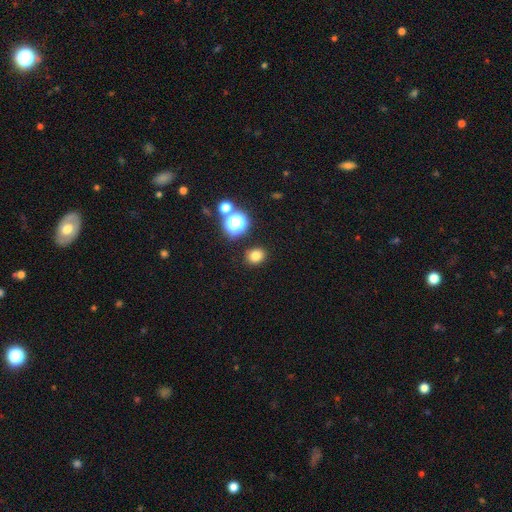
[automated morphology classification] Q: Smooth or featured?
A: smooth (77%); runner-up: star or artifact (16%)
Q: How rounded?
A: round (66%); runner-up: in between (33%)
Q: Merging?
A: none (87%); runner-up: minor disturbance (7%)